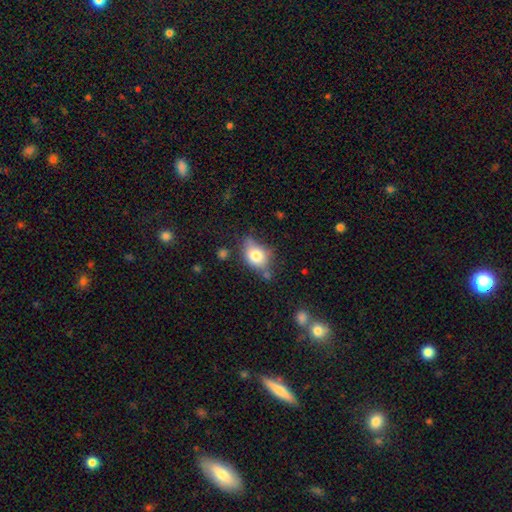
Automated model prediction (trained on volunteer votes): smooth 74%, featured or disk 17%, star or artifact 9%. Down the decision tree: how rounded — in between (62%); merging — none (52%).